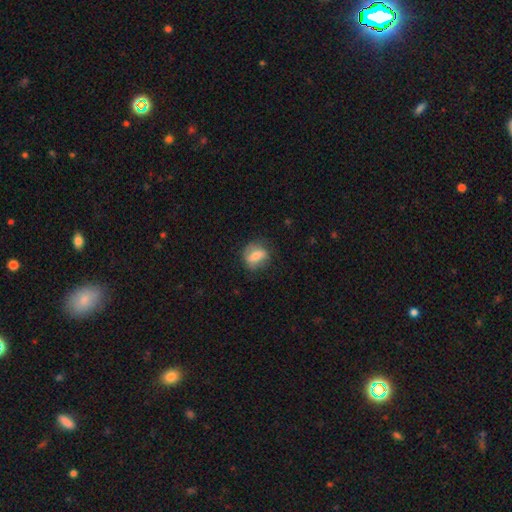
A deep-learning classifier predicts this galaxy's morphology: This appears to be a smooth galaxy with no disk features (56%) that is in between round and cigar-shaped (56%). Merging: none (66%).